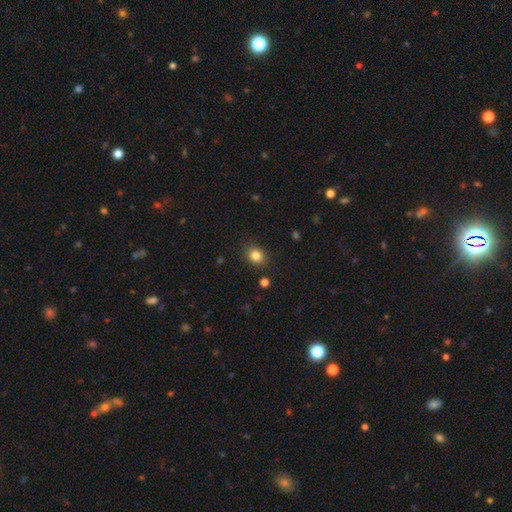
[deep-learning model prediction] A smooth galaxy with no disk features (83%) that is round (60%). Merging: none (87%).